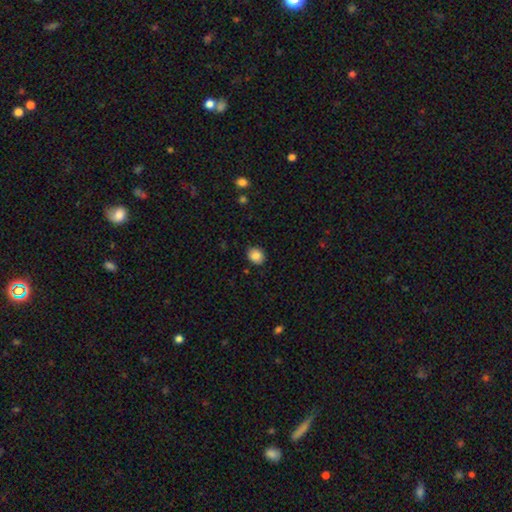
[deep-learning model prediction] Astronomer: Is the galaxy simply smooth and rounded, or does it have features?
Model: smooth — 86%.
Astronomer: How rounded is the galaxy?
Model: round — 60% (runner-up: in between, 39%).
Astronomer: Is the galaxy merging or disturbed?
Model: none — 88%.